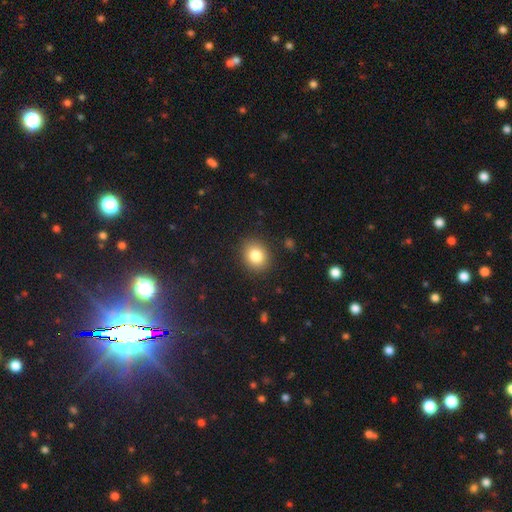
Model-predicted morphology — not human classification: Overall: smooth (83%). How rounded: round (67%; in between 32%). Merging: none (89%).